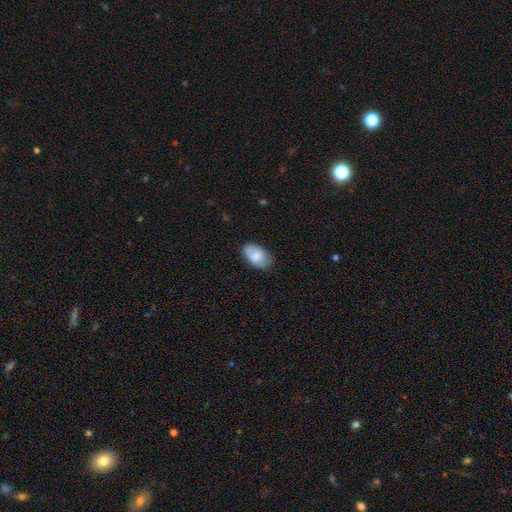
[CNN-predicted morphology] Q: Smooth or featured?
A: smooth (79%); runner-up: featured or disk (14%)
Q: How rounded?
A: in between (93%); runner-up: round (6%)
Q: Merging?
A: none (73%); runner-up: minor disturbance (21%)